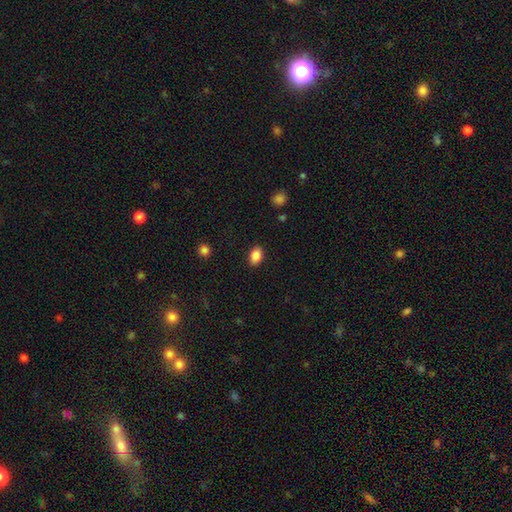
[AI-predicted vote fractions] Smooth or featured? Predicted: smooth (p=0.86). How rounded? Predicted: in between (p=0.82). Merging? Predicted: none (p=0.88).